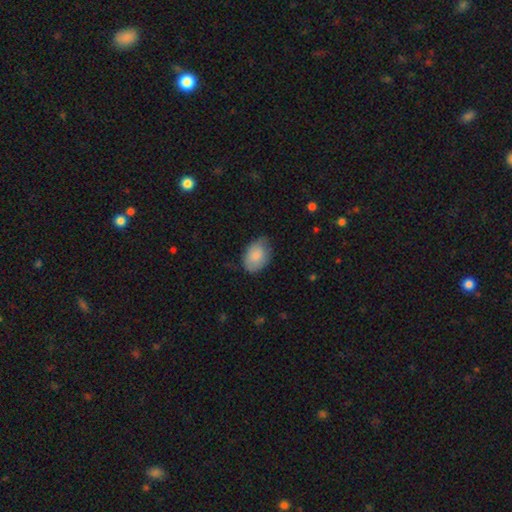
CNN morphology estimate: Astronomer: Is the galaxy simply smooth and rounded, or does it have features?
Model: smooth — 83%.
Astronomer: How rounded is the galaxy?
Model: in between — 86%.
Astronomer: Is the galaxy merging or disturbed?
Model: none — 68%.